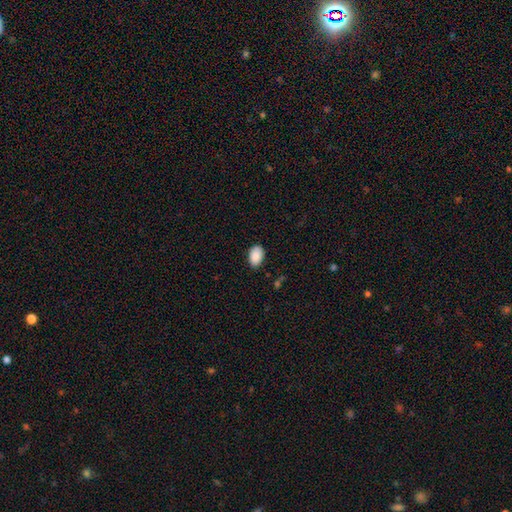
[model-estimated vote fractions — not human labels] smooth_or_featured: smooth (p=0.89) [alt: star or artifact p=0.07]
how_rounded: in between (p=0.89) [alt: round p=0.10]
merging: none (p=0.85) [alt: minor disturbance p=0.12]